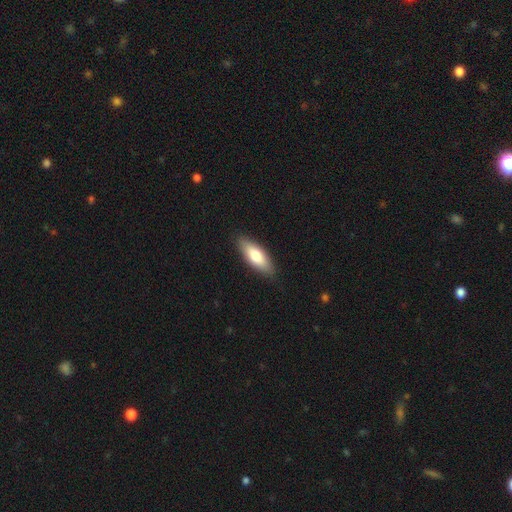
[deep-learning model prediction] Smooth or featured?
  - smooth: 72% *
  - featured or disk: 22%
  - star or artifact: 6%
How rounded?
  - in between: 66% *
  - cigar-shaped: 32%
  - round: 2%
Merging?
  - none: 88% *
  - minor disturbance: 10%
  - major disturbance: 2%
  - merger: 1%